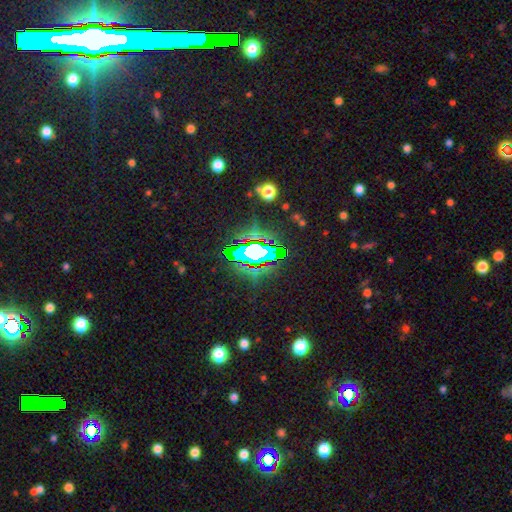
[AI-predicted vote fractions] Smooth or featured: star or artifact — 62% (smooth — 20%)